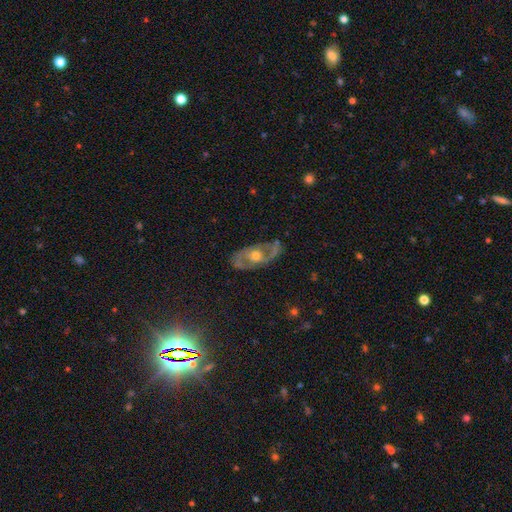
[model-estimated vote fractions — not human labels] The model was most divided on "spiral arms": yes: 72%, no: 28%. More confident: edge-on disk — no (89%); merging — none (77%); smooth or featured — featured or disk (76%); bar — no (75%); bulge size — moderate (71%).